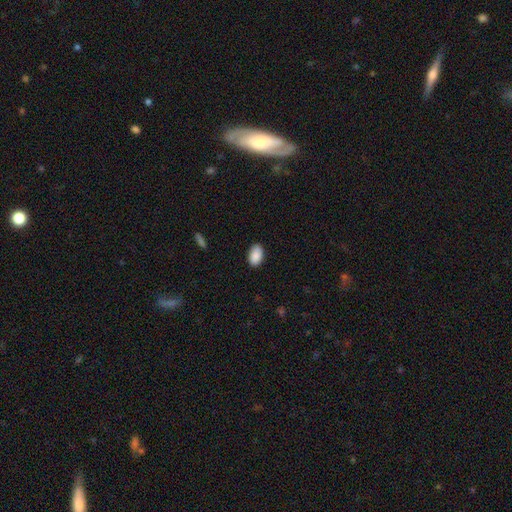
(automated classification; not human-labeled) A smooth galaxy with no disk features (90%) that is in between round and cigar-shaped (93%).

Vote fractions:
- Smooth or featured? smooth: 90% / star or artifact: 7% / featured or disk: 4%
- How rounded? in between: 93% / round: 5% / cigar-shaped: 1%
- Merging? none: 85% / minor disturbance: 12% / major disturbance: 2% / merger: 1%